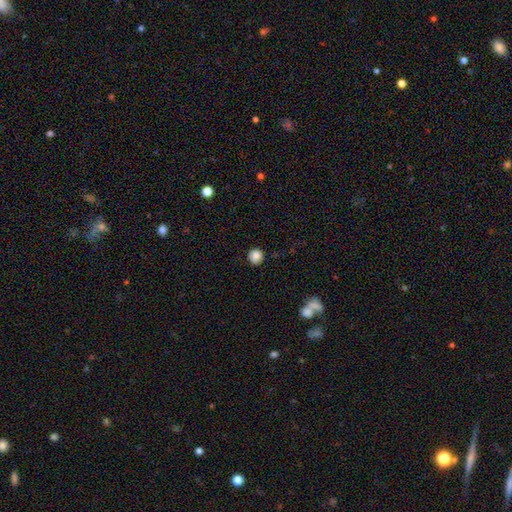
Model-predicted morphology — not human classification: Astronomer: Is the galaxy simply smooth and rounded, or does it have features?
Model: smooth — 86%.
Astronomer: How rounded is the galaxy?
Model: round — 91%.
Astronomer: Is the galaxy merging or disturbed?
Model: none — 88%.